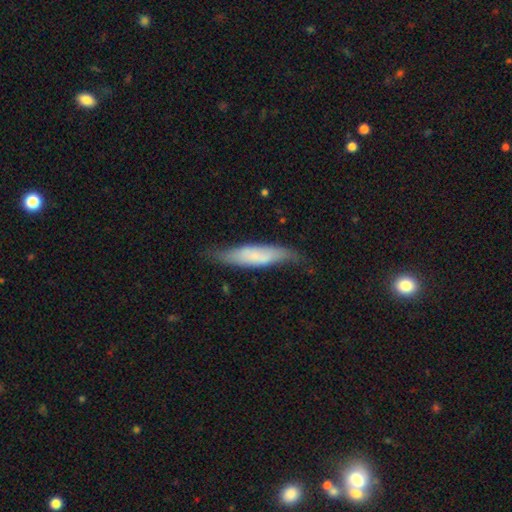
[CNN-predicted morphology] The model was most divided on "smooth or featured": smooth: 60%, featured or disk: 34%, star or artifact: 7%. More confident: how rounded — cigar-shaped (71%); merging — none (63%).